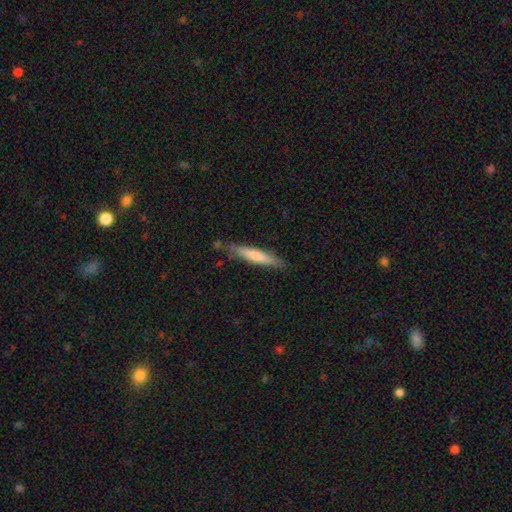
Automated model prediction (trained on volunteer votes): A smooth galaxy with no disk features (67%) that is cigar-shaped (91%).

Vote fractions:
- Smooth or featured? smooth: 67% / featured or disk: 28% / star or artifact: 5%
- How rounded? cigar-shaped: 91% / in between: 7% / round: 1%
- Merging? none: 83% / minor disturbance: 12% / merger: 2% / major disturbance: 2%